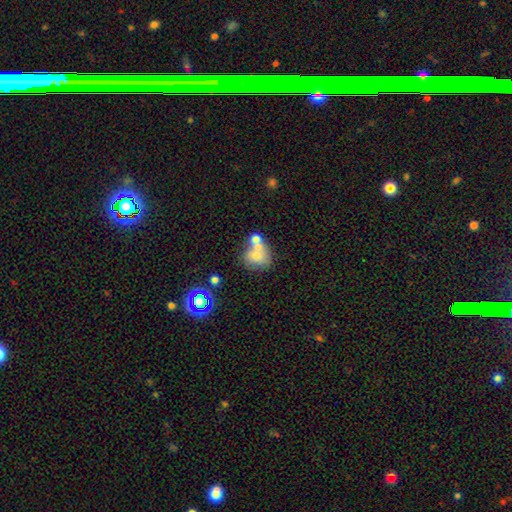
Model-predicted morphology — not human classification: This appears to be a smooth galaxy with no disk features (65%) that is round (60%). Merging: merger (46%).